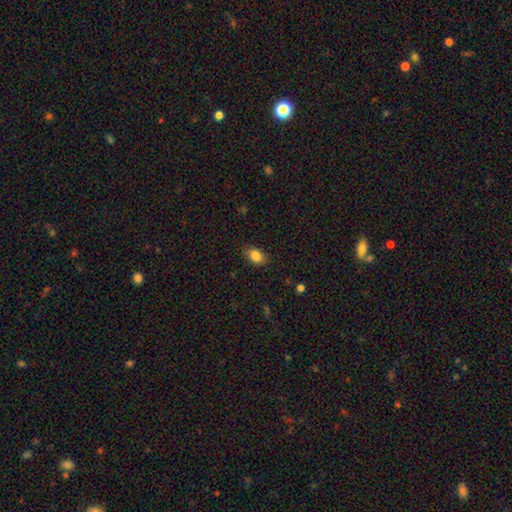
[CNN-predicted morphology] This appears to be a smooth galaxy with no disk features (86%) that is in between round and cigar-shaped (83%). Merging: none (81%).